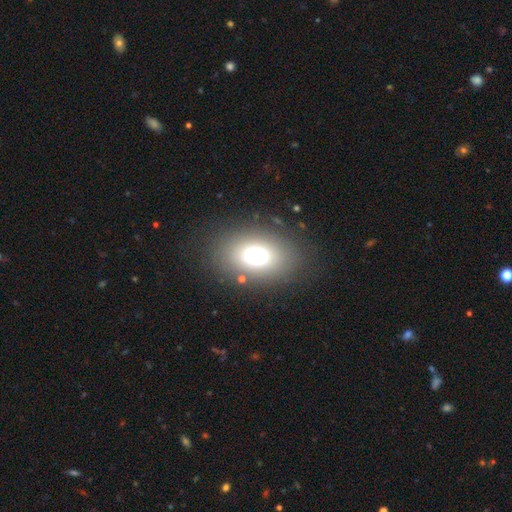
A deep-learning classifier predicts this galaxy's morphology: A smooth galaxy with no disk features (74%) that is in between round and cigar-shaped (78%).

Vote fractions:
- Smooth or featured? smooth: 74% / star or artifact: 14% / featured or disk: 13%
- How rounded? in between: 78% / round: 21% / cigar-shaped: 1%
- Merging? none: 84% / minor disturbance: 9% / major disturbance: 5% / merger: 2%